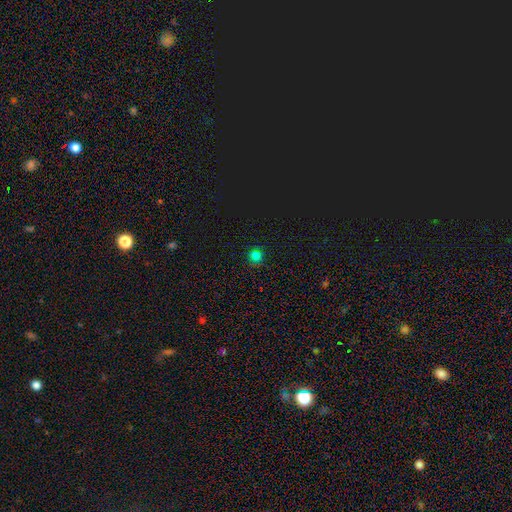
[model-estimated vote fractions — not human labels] Overall: smooth (64%; star or artifact 30%). How rounded: round (90%). Merging: none (85%).